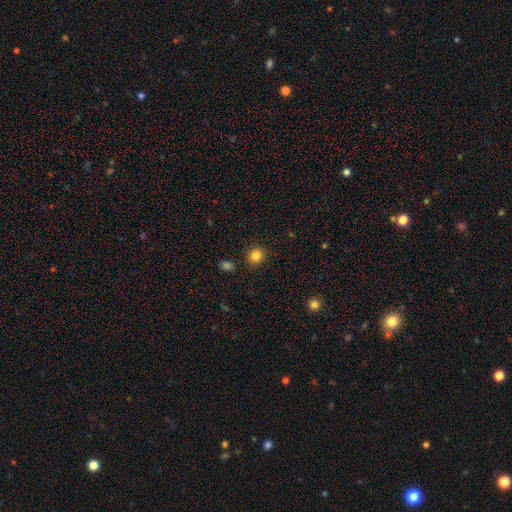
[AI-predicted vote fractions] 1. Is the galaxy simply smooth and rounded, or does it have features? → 84% smooth, 12% star or artifact, 5% featured or disk.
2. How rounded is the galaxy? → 80% round, 19% in between, 1% cigar-shaped.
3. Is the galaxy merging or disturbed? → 87% none, 8% minor disturbance, 2% merger, 2% major disturbance.